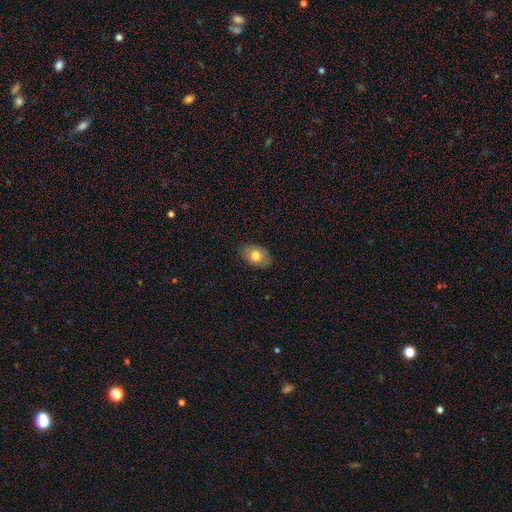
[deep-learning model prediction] Smooth or featured: smooth — 77% (featured or disk — 15%)
How rounded: in between — 82% (round — 16%)
Merging: none — 84% (minor disturbance — 12%)